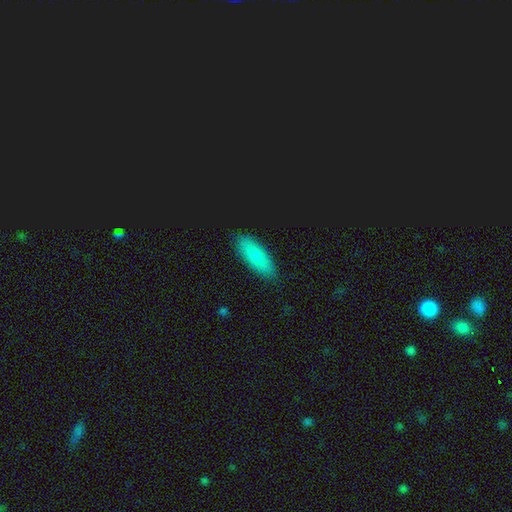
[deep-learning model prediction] A smooth galaxy with no disk features (81%) that is in between round and cigar-shaped (71%).

Vote fractions:
- Smooth or featured? smooth: 81% / featured or disk: 10% / star or artifact: 9%
- How rounded? in between: 71% / cigar-shaped: 26% / round: 2%
- Merging? none: 86% / minor disturbance: 11% / major disturbance: 2% / merger: 1%